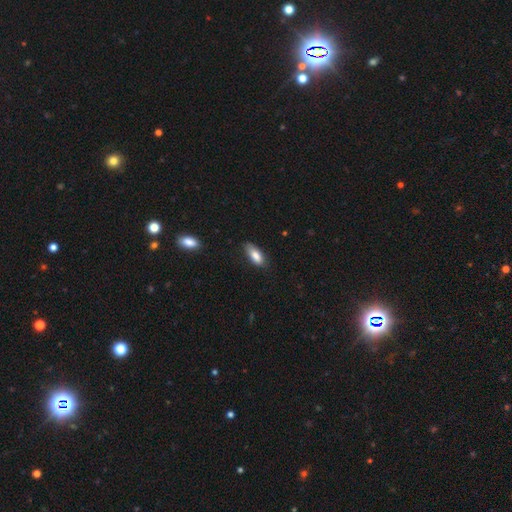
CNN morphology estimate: Smooth or featured? smooth (83%)
How rounded? in between (83%)
Merging? none (74%)